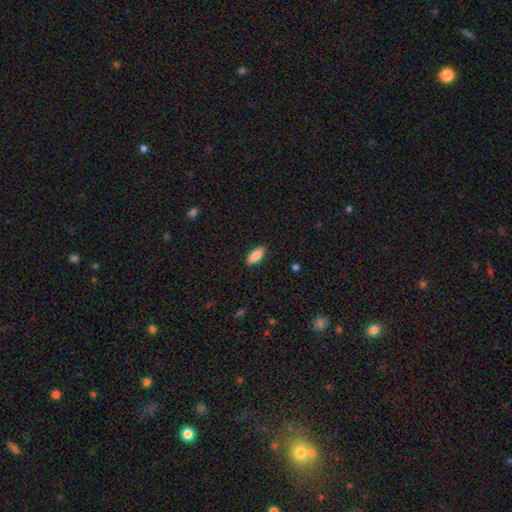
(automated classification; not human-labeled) Smooth or featured? smooth (87%)
How rounded? in between (83%)
Merging? none (89%)